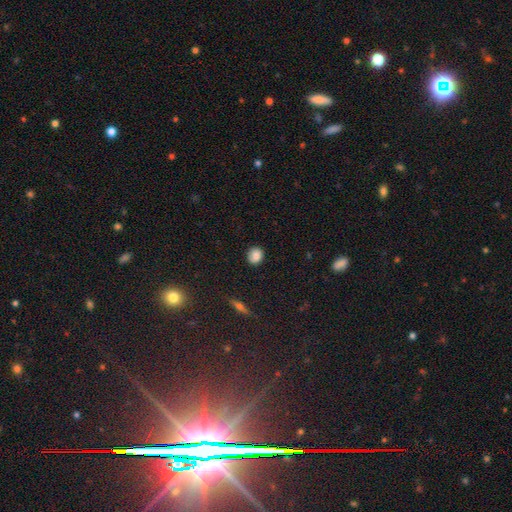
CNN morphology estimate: Overall: smooth (86%). How rounded: round (69%). Merging: none (88%).